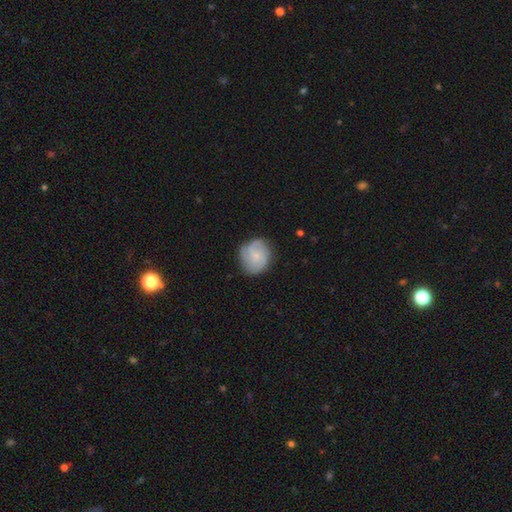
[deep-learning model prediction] This is possibly a smooth galaxy (49%). Merging: likely none (73%).